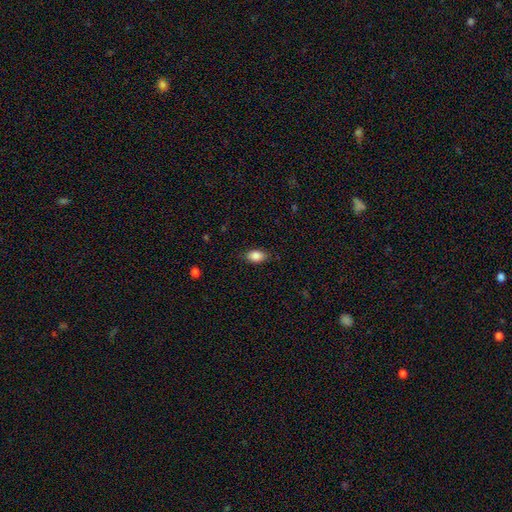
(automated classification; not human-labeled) A smooth galaxy with no disk features (87%) that is in between round and cigar-shaped (89%).

Vote fractions:
- Smooth or featured? smooth: 87% / star or artifact: 8% / featured or disk: 5%
- How rounded? in between: 89% / round: 8% / cigar-shaped: 3%
- Merging? none: 83% / minor disturbance: 13% / major disturbance: 3% / merger: 1%